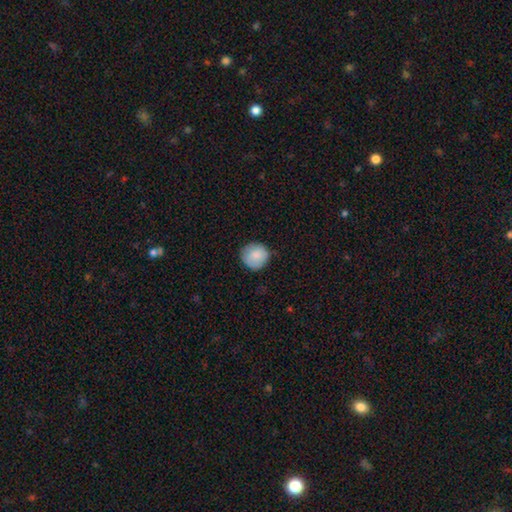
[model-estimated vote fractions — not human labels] smooth-or-featured: smooth: 86% | featured or disk: 8% | star or artifact: 7%
  how-rounded: round: 91% | in between: 8% | cigar-shaped: 1%
  merging: none: 81% | minor disturbance: 15% | major disturbance: 3% | merger: 1%